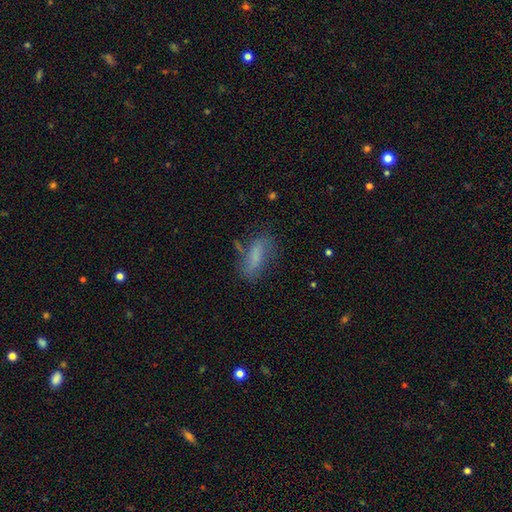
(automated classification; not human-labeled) Smooth or featured?
  - smooth: 64% *
  - featured or disk: 26%
  - star or artifact: 11%
How rounded?
  - in between: 68% *
  - cigar-shaped: 29%
  - round: 3%
Merging?
  - none: 55% *
  - minor disturbance: 25%
  - major disturbance: 15%
  - merger: 5%